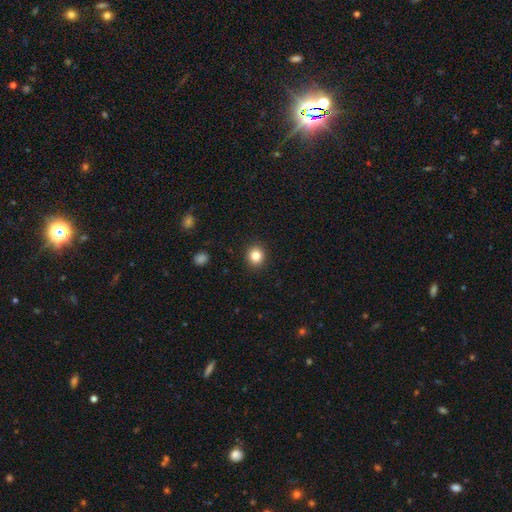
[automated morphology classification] Smooth or featured?
  - smooth: 83% *
  - star or artifact: 11%
  - featured or disk: 6%
How rounded?
  - round: 83% *
  - in between: 16%
  - cigar-shaped: 1%
Merging?
  - none: 92% *
  - minor disturbance: 6%
  - major disturbance: 2%
  - merger: 1%